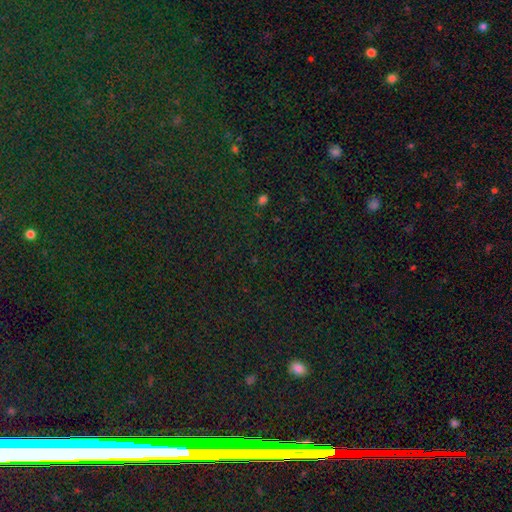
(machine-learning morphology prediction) smooth-or-featured: star or artifact: 80% | smooth: 12% | featured or disk: 8%